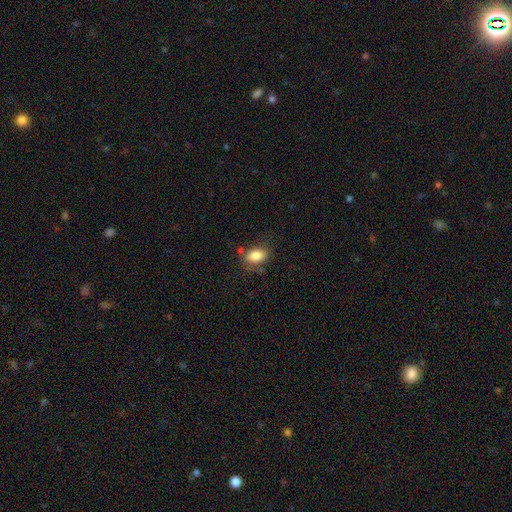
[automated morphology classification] Smooth or featured? smooth (82%)
How rounded? in between (84%)
Merging? none (69%)